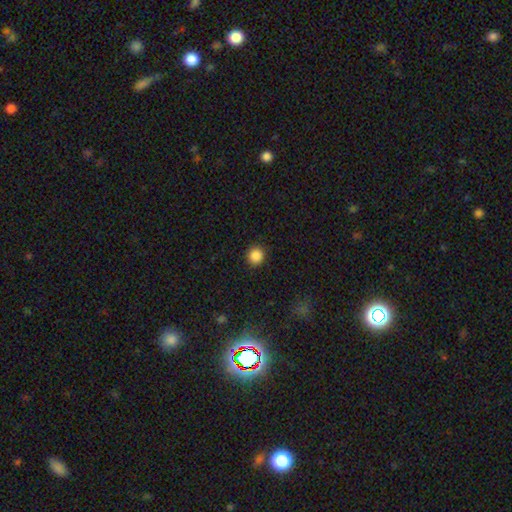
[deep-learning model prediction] This appears to be a smooth galaxy with no disk features (87%) that is round (92%). Merging: none (91%).